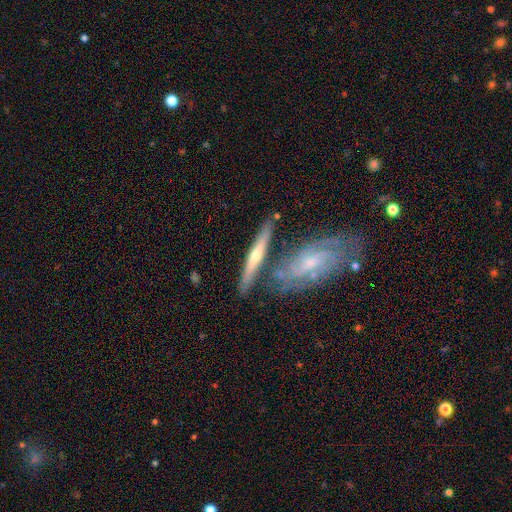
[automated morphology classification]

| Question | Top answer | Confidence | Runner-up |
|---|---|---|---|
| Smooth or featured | featured or disk | 71% | smooth (23%) |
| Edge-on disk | yes | 82% | no (18%) |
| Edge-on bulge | rounded | 78% | none (18%) |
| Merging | none | 66% | merger (18%) |